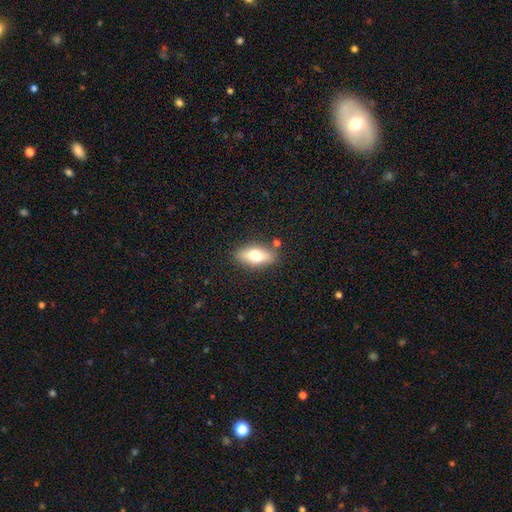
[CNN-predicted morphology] A smooth galaxy with no disk features (67%) that is in between round and cigar-shaped (79%). Merging: none (83%).